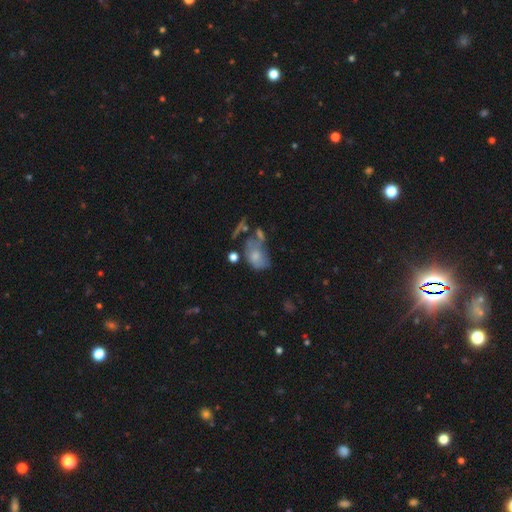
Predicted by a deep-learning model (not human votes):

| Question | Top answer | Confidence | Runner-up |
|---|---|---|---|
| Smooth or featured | smooth | 59% | featured or disk (29%) |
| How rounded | in between | 80% | round (19%) |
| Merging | major disturbance | 30% | merger (27%) |